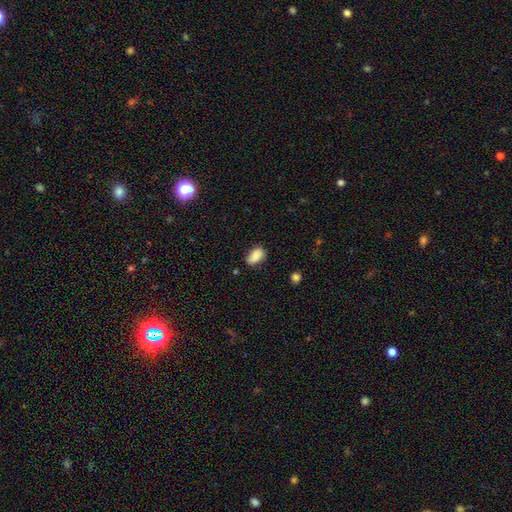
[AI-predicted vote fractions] Smooth or featured? smooth (83%)
How rounded? in between (89%)
Merging? none (66%)